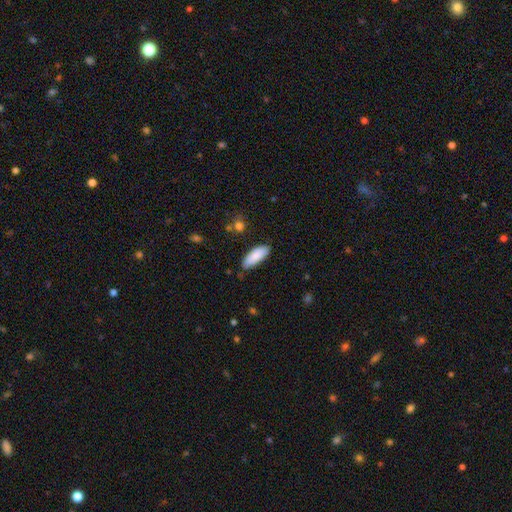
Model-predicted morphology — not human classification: smooth_or_featured: smooth (p=0.88) [alt: featured or disk p=0.06]
how_rounded: in between (p=0.73) [alt: cigar-shaped p=0.26]
merging: none (p=0.79) [alt: minor disturbance p=0.16]